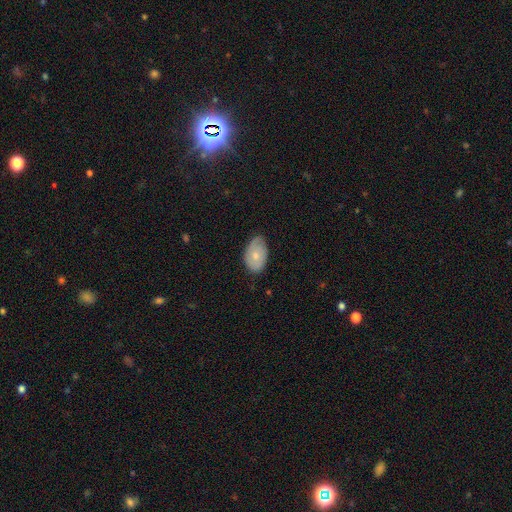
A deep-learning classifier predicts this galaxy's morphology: smooth_or_featured: smooth (p=0.63) [alt: featured or disk p=0.31]
how_rounded: in between (p=0.89) [alt: round p=0.09]
merging: none (p=0.65) [alt: minor disturbance p=0.29]